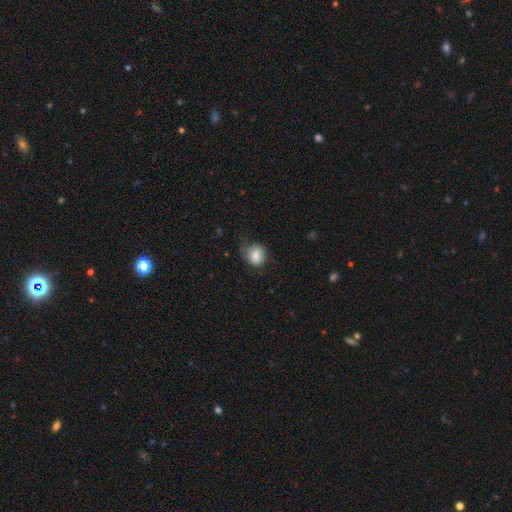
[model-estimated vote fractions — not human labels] smooth_or_featured: smooth (p=0.80) [alt: featured or disk p=0.11]
how_rounded: round (p=0.60) [alt: in between p=0.39]
merging: none (p=0.47) [alt: minor disturbance p=0.32]